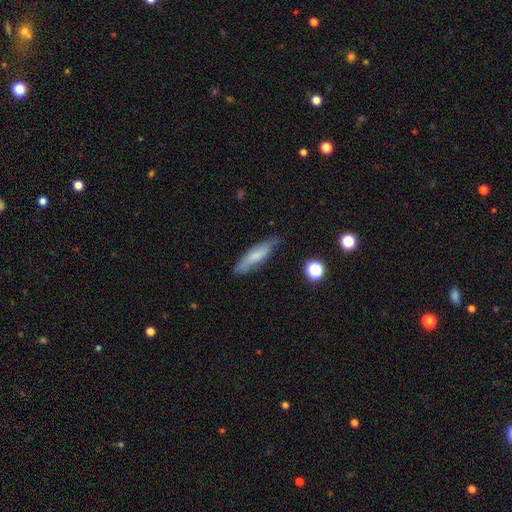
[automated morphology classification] smooth_or_featured: smooth (p=0.63) [alt: featured or disk p=0.29]
how_rounded: cigar-shaped (p=0.70) [alt: in between p=0.28]
merging: none (p=0.72) [alt: minor disturbance p=0.22]